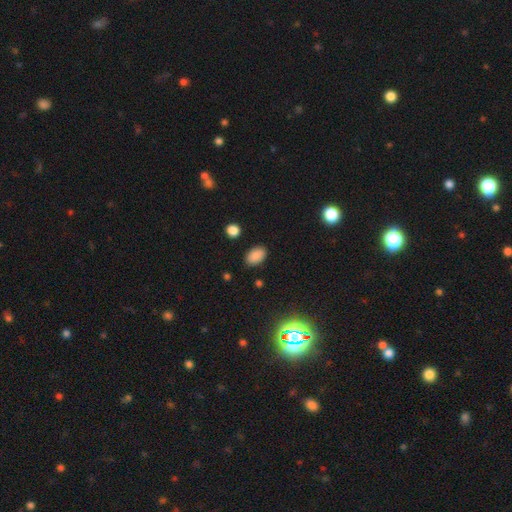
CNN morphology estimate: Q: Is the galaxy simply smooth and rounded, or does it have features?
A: smooth — 85%.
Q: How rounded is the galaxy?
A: in between — 90%.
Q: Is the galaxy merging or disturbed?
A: none — 86%.